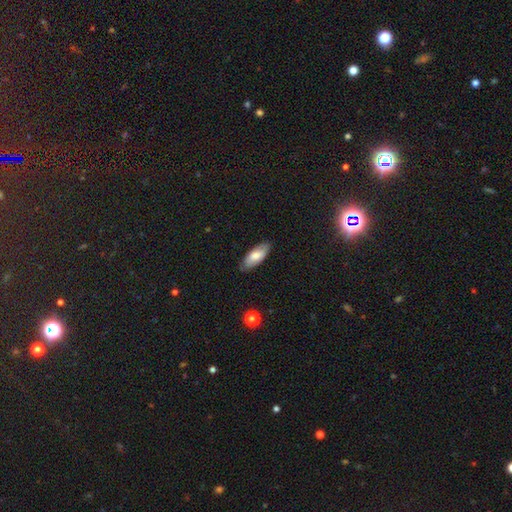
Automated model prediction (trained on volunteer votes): A smooth galaxy with no disk features (72%) that is in between round and cigar-shaped (80%). Merging: none (84%).